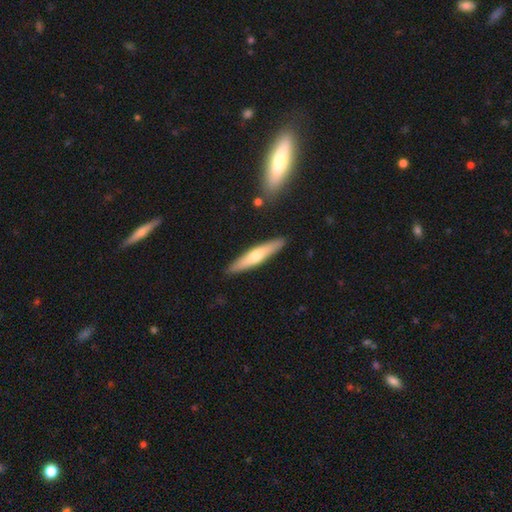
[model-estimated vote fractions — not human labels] Smooth or featured?
  - smooth: 52% *
  - featured or disk: 43%
  - star or artifact: 5%
How rounded?
  - cigar-shaped: 88% *
  - in between: 10%
  - round: 1%
Merging?
  - none: 88% *
  - minor disturbance: 8%
  - merger: 2%
  - major disturbance: 2%